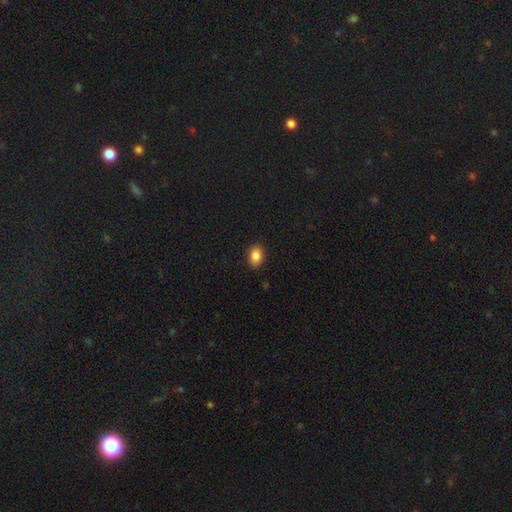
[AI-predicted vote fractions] A smooth galaxy with no disk features (86%) that is in between round and cigar-shaped (82%).

Vote fractions:
- Smooth or featured? smooth: 86% / star or artifact: 9% / featured or disk: 5%
- How rounded? in between: 82% / round: 16% / cigar-shaped: 1%
- Merging? none: 90% / minor disturbance: 7% / major disturbance: 2% / merger: 1%